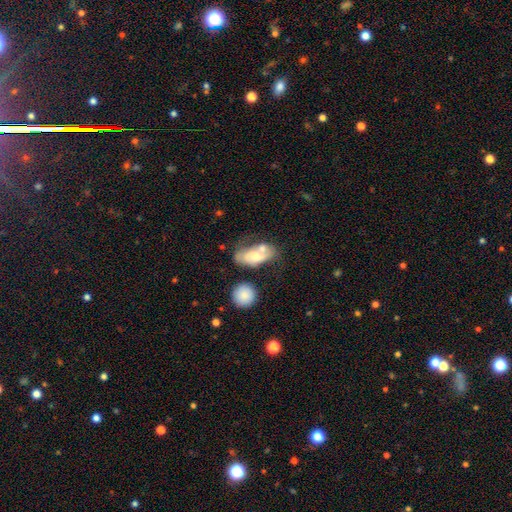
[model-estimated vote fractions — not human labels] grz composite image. It shows a smooth galaxy with no disk features (57%) that is in between round and cigar-shaped (87%). Merging: none (35%).